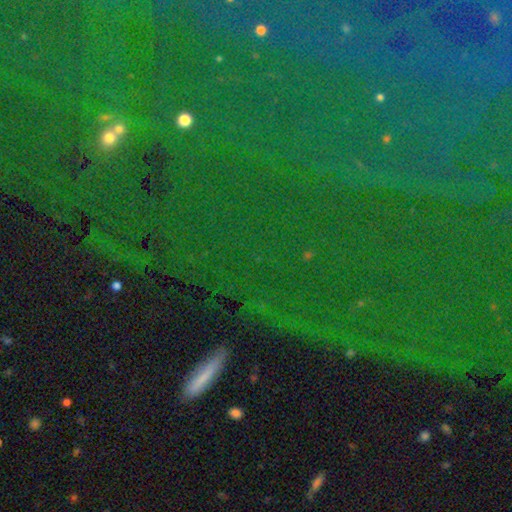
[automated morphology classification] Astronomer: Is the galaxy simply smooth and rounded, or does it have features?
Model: star or artifact — 70%.